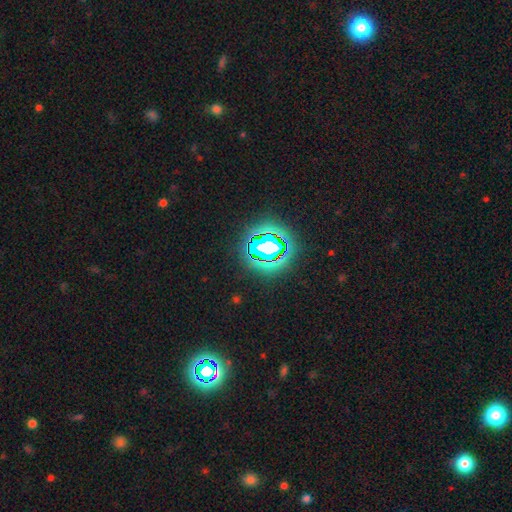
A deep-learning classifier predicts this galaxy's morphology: smooth_or_featured: star or artifact (p=0.81) [alt: smooth p=0.13]